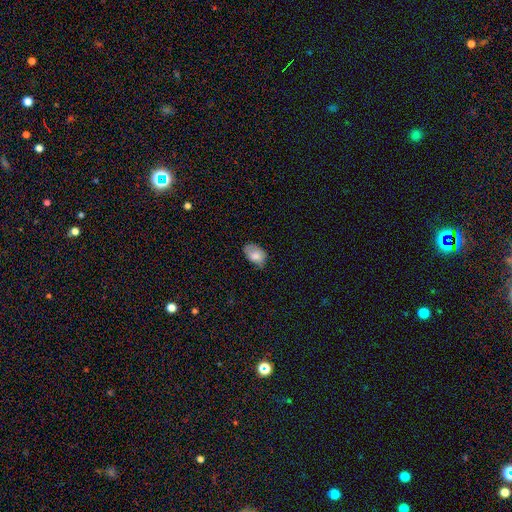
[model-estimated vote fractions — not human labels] Q: Smooth or featured?
A: smooth (80%); runner-up: featured or disk (12%)
Q: How rounded?
A: in between (87%); runner-up: round (12%)
Q: Merging?
A: none (53%); runner-up: minor disturbance (36%)